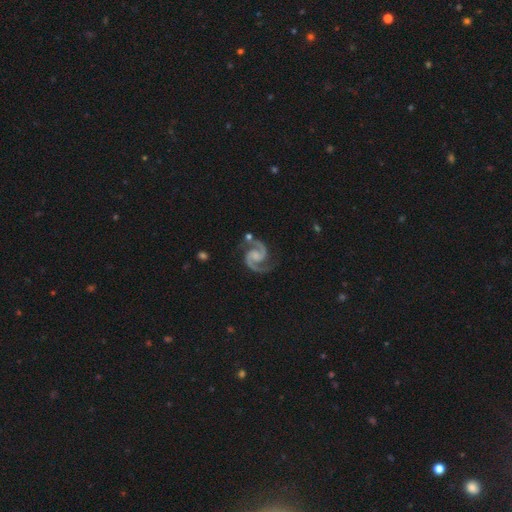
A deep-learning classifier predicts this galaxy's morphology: This is clearly a featured or disk galaxy (94%). It is clearly not viewed edge-on (98%). Bar: possibly no (53%). Spiral arm pattern: clearly yes (99%). Spiral arm count: clearly 2 (95%). Spiral winding: likely medium (65%). Central bulge: marginally none (37%). Merging: likely none (76%).